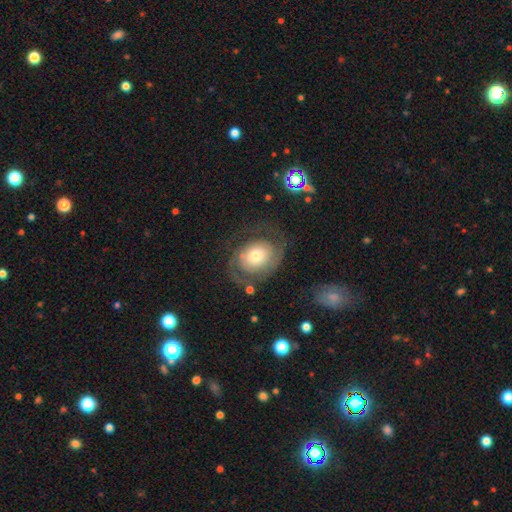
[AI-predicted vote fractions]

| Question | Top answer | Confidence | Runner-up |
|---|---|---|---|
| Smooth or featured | featured or disk | 61% | smooth (31%) |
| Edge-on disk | no | 96% | yes (4%) |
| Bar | no | 80% | weak (16%) |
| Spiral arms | yes | 77% | no (23%) |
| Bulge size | moderate | 49% | small (30%) |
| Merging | none | 58% | major disturbance (20%) |